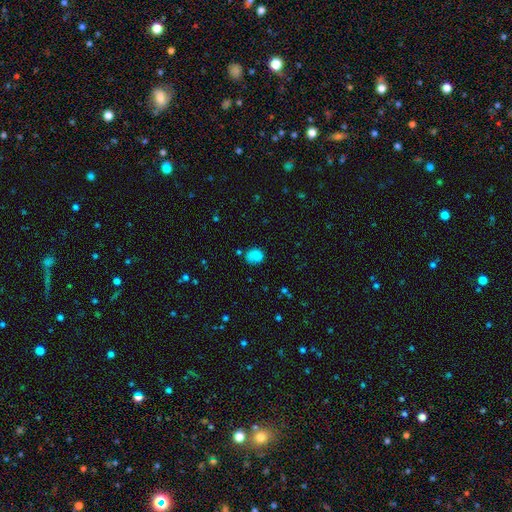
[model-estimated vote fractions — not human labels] smooth 81%, star or artifact 11%, featured or disk 8%. Down the decision tree: how rounded — round (65%); merging — none (62%).